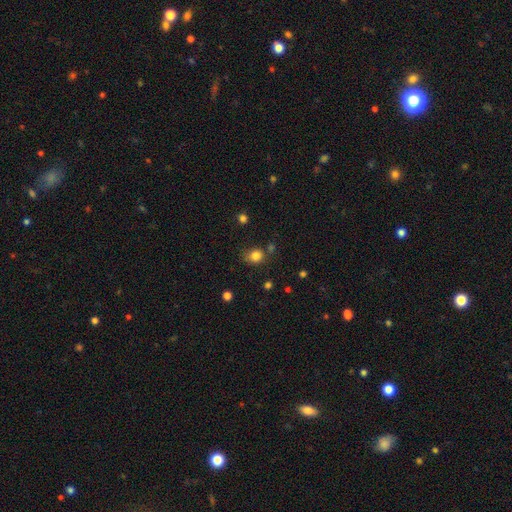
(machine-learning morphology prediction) A smooth galaxy with no disk features (82%) that is round (69%). Merging: none (66%).